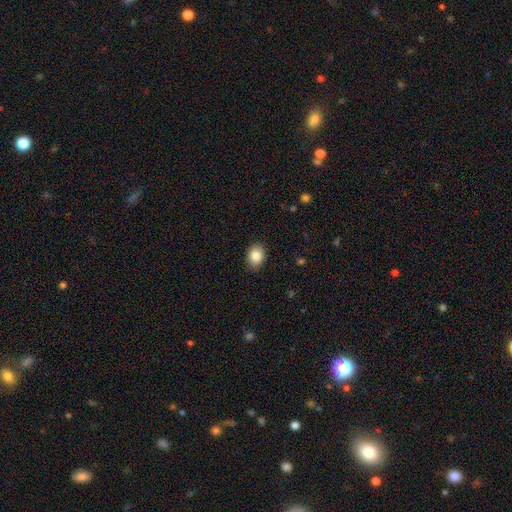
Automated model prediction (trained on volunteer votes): Smooth or featured?
  - smooth: 85% *
  - star or artifact: 8%
  - featured or disk: 7%
How rounded?
  - in between: 62% *
  - round: 37%
  - cigar-shaped: 1%
Merging?
  - none: 88% *
  - minor disturbance: 9%
  - major disturbance: 2%
  - merger: 1%